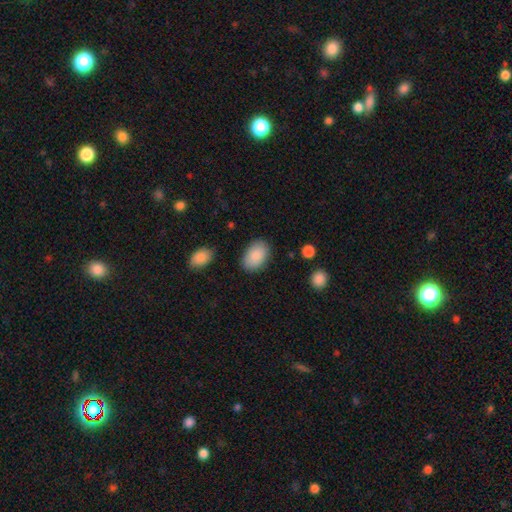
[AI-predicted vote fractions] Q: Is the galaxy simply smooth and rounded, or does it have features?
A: smooth — 89%.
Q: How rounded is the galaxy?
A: in between — 90%.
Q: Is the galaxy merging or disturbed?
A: none — 84%.